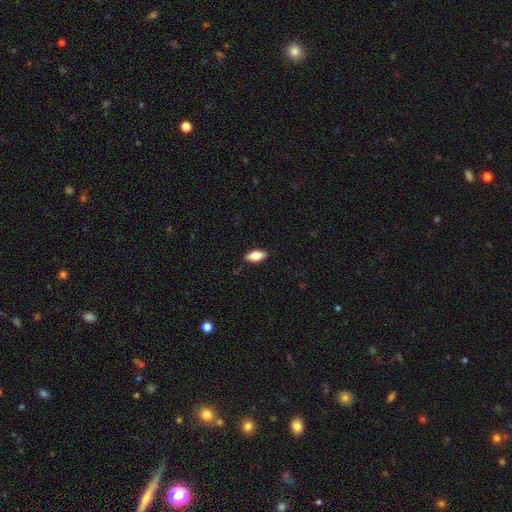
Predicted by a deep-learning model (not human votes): smooth-or-featured: smooth: 69% | featured or disk: 24% | star or artifact: 7%
  how-rounded: in between: 84% | cigar-shaped: 13% | round: 3%
  merging: none: 87% | minor disturbance: 10% | major disturbance: 2% | merger: 1%